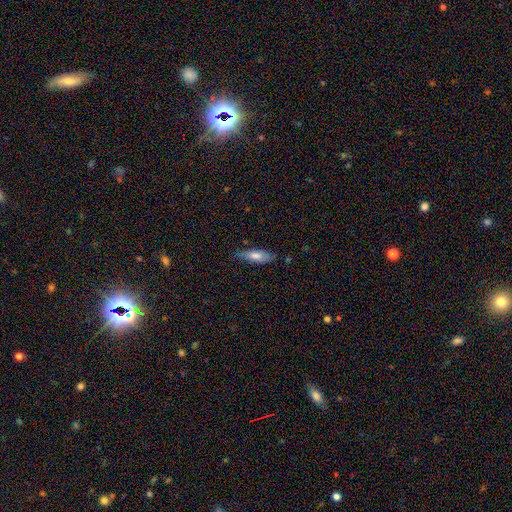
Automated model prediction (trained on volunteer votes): Q: Smooth or featured?
A: smooth (72%); runner-up: featured or disk (21%)
Q: How rounded?
A: in between (57%); runner-up: cigar-shaped (41%)
Q: Merging?
A: none (73%); runner-up: minor disturbance (22%)